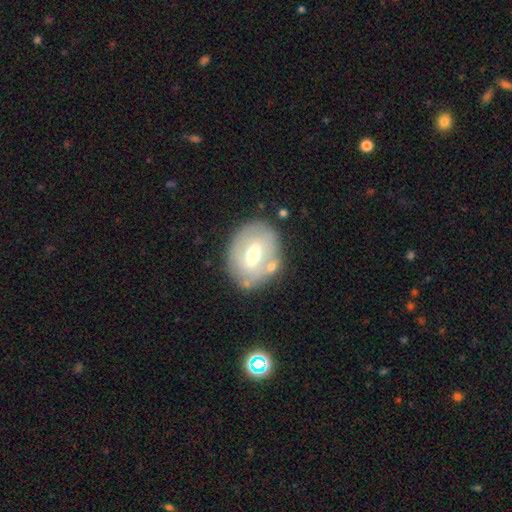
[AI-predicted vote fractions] Q: Smooth or featured?
A: featured or disk (51%); runner-up: smooth (41%)
Q: Edge-on disk?
A: no (92%); runner-up: yes (8%)
Q: Merging?
A: none (71%); runner-up: minor disturbance (16%)